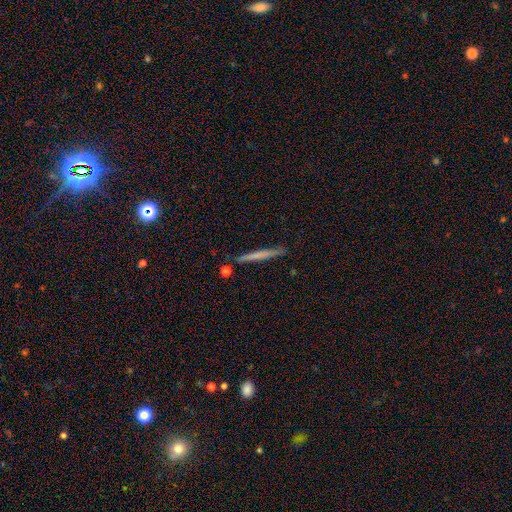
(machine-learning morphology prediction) smooth_or_featured: smooth (p=0.50) [alt: featured or disk p=0.43]
how_rounded: cigar-shaped (p=0.96) [alt: in between p=0.02]
merging: none (p=0.88) [alt: minor disturbance p=0.08]